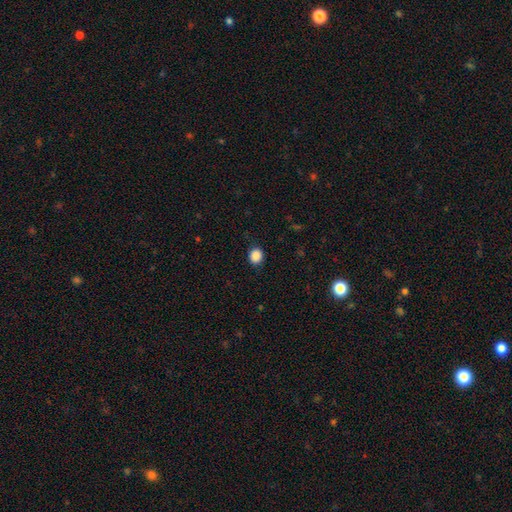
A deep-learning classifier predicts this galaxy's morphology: This appears to be a smooth galaxy with no disk features (88%) that is round (77%). Merging: none (88%).